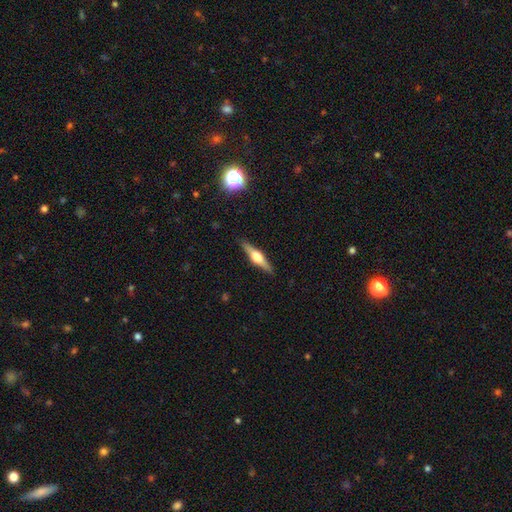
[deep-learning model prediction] Overall: featured or disk (68%). Edge-on disk: yes (97%). Edge-on bulge: rounded (93%). Merging: none (90%).